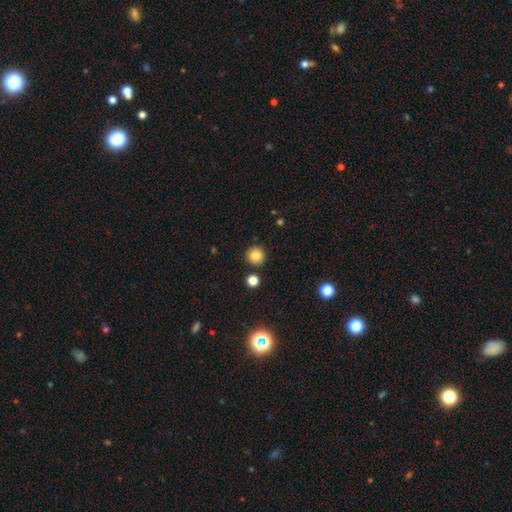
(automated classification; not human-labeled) Smooth or featured?
  - smooth: 83% *
  - star or artifact: 11%
  - featured or disk: 6%
How rounded?
  - round: 95% *
  - in between: 5%
  - cigar-shaped: 1%
Merging?
  - none: 89% *
  - minor disturbance: 6%
  - merger: 3%
  - major disturbance: 2%